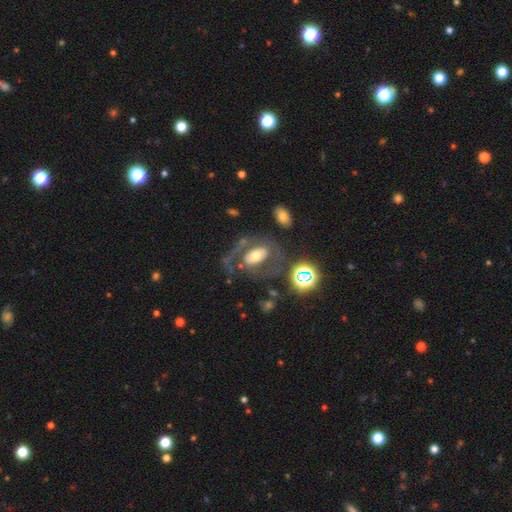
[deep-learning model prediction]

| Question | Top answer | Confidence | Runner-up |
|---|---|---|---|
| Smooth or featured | featured or disk | 57% | smooth (32%) |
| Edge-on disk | no | 93% | yes (7%) |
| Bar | no | 59% | weak (23%) |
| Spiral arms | no | 61% | yes (39%) |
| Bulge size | moderate | 58% | large (21%) |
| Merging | none | 53% | major disturbance (26%) |